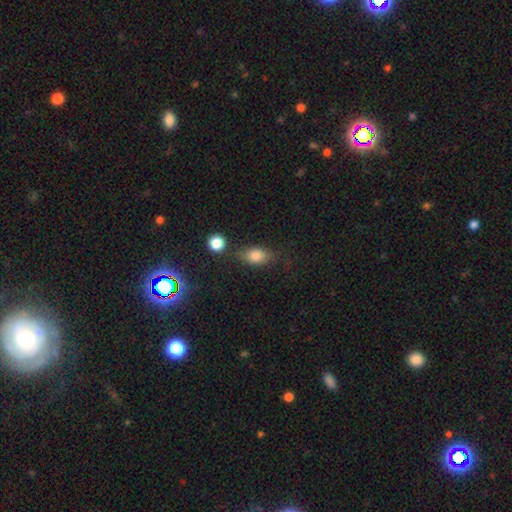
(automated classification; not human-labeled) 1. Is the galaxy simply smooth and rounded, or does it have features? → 80% smooth, 11% star or artifact, 9% featured or disk.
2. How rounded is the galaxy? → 77% in between, 20% round, 4% cigar-shaped.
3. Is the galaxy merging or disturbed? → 65% none, 20% minor disturbance, 8% major disturbance, 7% merger.